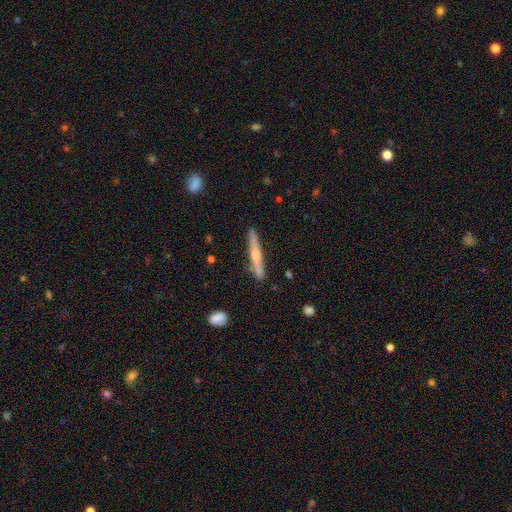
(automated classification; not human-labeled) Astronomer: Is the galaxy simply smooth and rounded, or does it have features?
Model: featured or disk — 55% (runner-up: smooth, 39%).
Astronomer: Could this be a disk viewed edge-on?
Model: yes — 96%.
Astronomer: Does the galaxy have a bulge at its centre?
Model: rounded — 68%.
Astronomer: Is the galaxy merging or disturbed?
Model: none — 85%.